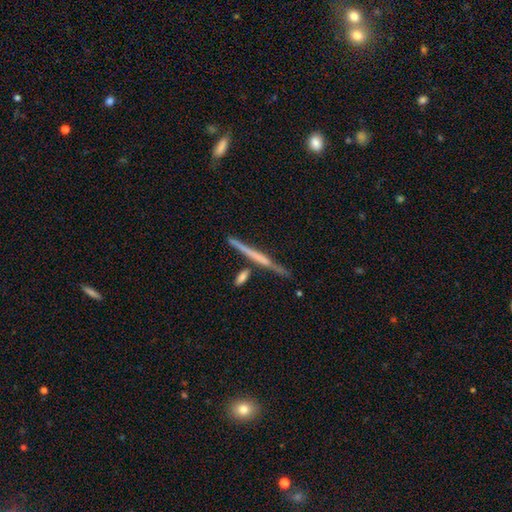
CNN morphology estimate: Smooth or featured?
  - featured or disk: 60% *
  - smooth: 34%
  - star or artifact: 7%
Edge-on disk?
  - yes: 97% *
  - no: 3%
Edge-on bulge?
  - none: 73% *
  - rounded: 16%
  - boxy: 10%
Merging?
  - none: 75% *
  - minor disturbance: 13%
  - merger: 9%
  - major disturbance: 3%